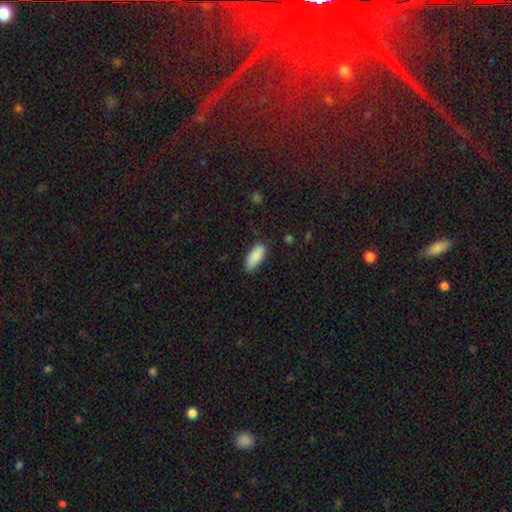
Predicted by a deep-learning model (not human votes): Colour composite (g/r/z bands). It shows a smooth galaxy with no disk features (89%) that is in between round and cigar-shaped (86%). Merging: none (77%).